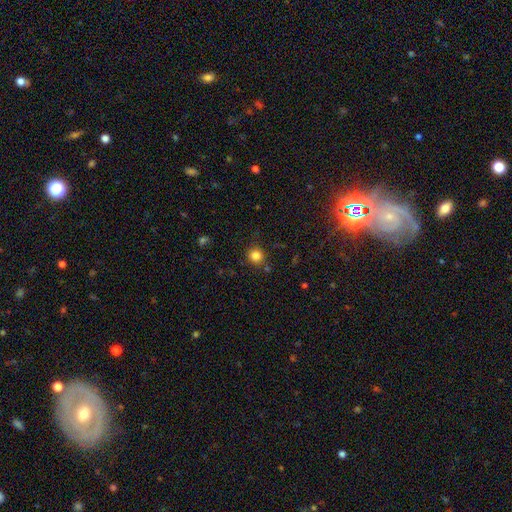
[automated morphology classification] This is clearly a smooth galaxy (83%). How rounded: clearly round (92%). Merging: clearly none (84%).